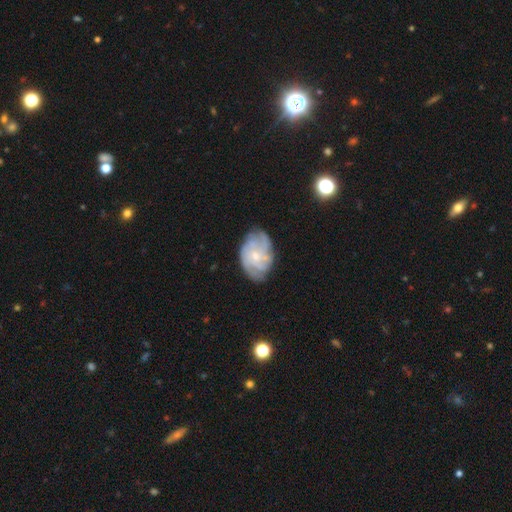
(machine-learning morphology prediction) type=featured or disk (73%); edge-on=no (97%); bar=no (74%); spiral arms=yes (89%); winding=tight (52%); arm count=can't tell (41%); bulge=small (65%); merging=none (69%).